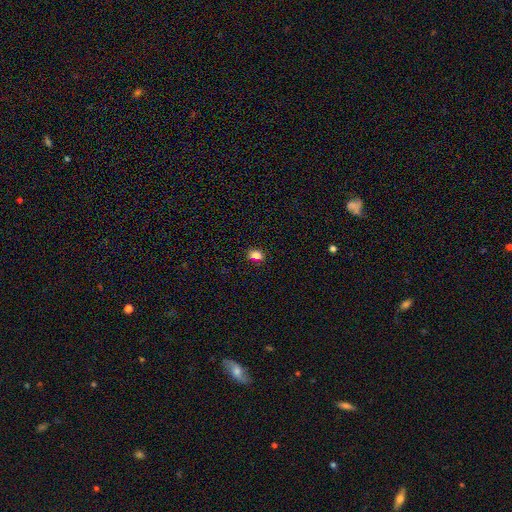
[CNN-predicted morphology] The model was most divided on "how rounded": in between: 75%, round: 23%, cigar-shaped: 2%. More confident: smooth or featured — smooth (82%); merging — none (81%).